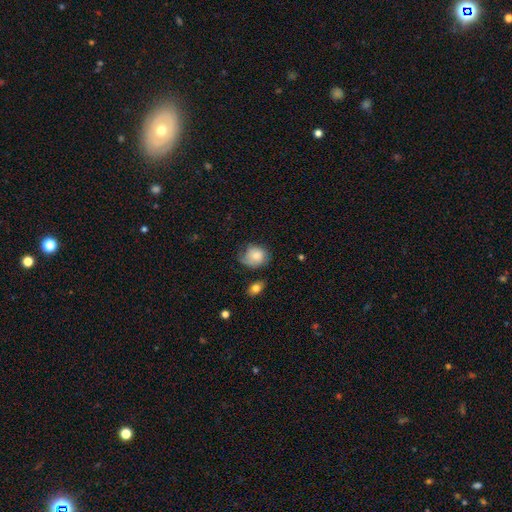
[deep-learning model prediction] This appears to be a smooth galaxy with no disk features (68%) that is round (63%). Merging: none (42%).